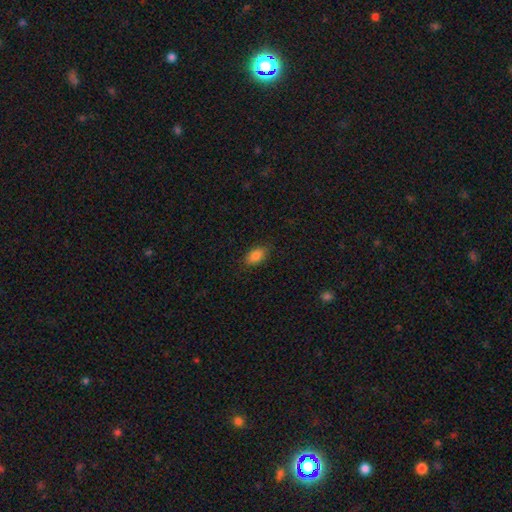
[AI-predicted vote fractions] smooth-or-featured: smooth: 84% | star or artifact: 8% | featured or disk: 7%
  how-rounded: in between: 90% | round: 7% | cigar-shaped: 2%
  merging: none: 85% | minor disturbance: 12% | major disturbance: 3% | merger: 1%